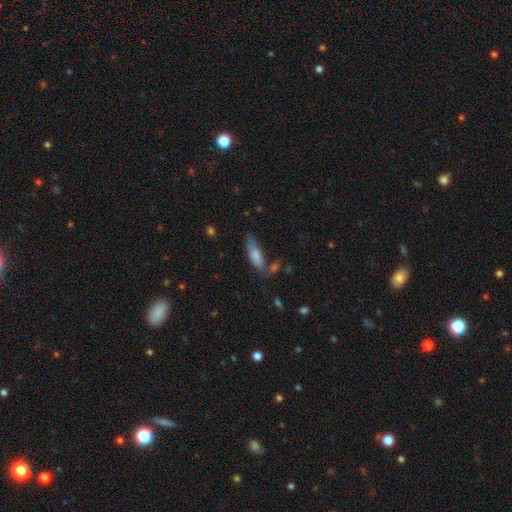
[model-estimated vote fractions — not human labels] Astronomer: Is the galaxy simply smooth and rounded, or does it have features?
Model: smooth — 77%.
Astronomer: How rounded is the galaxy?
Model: in between — 61% (runner-up: cigar-shaped, 37%).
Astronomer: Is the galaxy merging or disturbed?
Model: none — 55%.